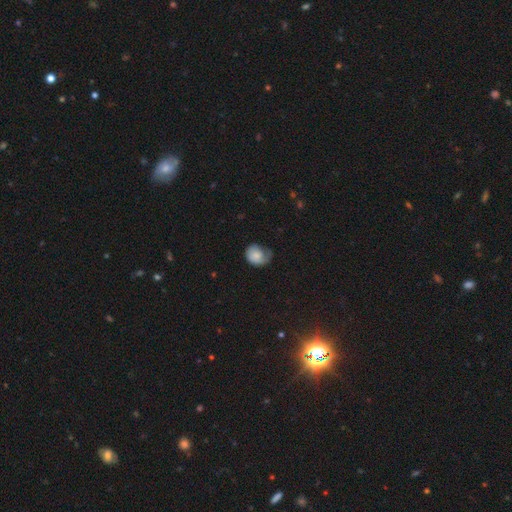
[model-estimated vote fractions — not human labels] Overall: smooth (66%; featured or disk 26%). How rounded: round (55%; in between 44%). Merging: minor disturbance (36%; none 35%).